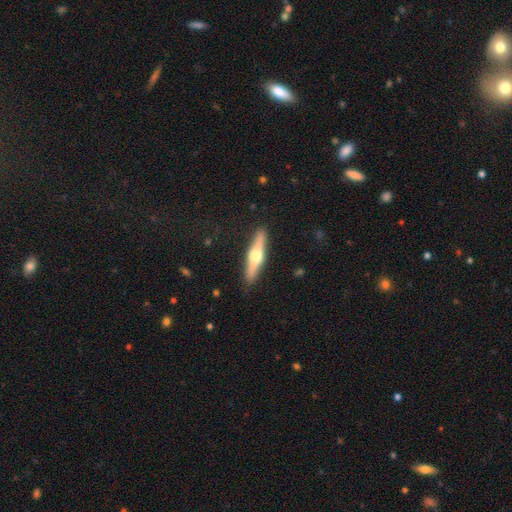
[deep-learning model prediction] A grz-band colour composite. It shows a featured or disk galaxy (60%) viewed edge-on (95%) with a rounded central bulge (93%). Merging: none (89%).